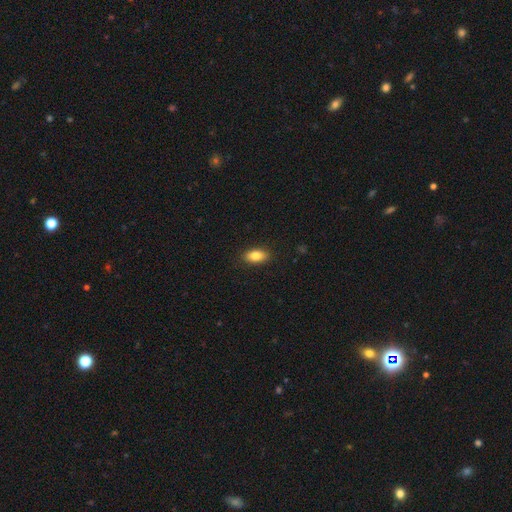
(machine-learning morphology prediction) The model was most divided on "smooth or featured": smooth: 83%, featured or disk: 9%, star or artifact: 7%. More confident: how rounded — in between (89%); merging — none (88%).